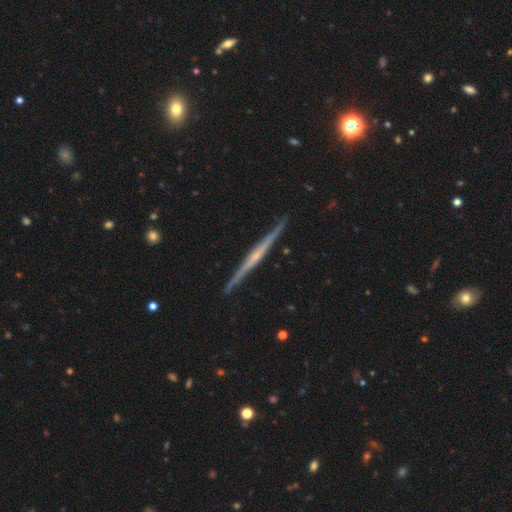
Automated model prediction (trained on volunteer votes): smooth-or-featured: featured or disk: 79% | smooth: 16% | star or artifact: 5%
  disk-edge-on: yes: 98% | no: 2%
    edge-on-bulge: rounded: 49% | none: 40% | boxy: 10%
  merging: none: 90% | minor disturbance: 7% | major disturbance: 1% | merger: 1%